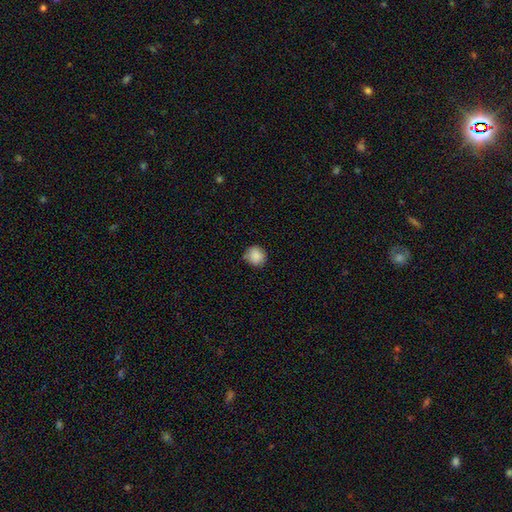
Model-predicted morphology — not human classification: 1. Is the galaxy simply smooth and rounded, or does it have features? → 87% smooth, 8% star or artifact, 4% featured or disk.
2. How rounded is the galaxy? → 84% round, 15% in between, 1% cigar-shaped.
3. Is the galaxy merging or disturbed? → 77% none, 18% minor disturbance, 3% major disturbance, 2% merger.